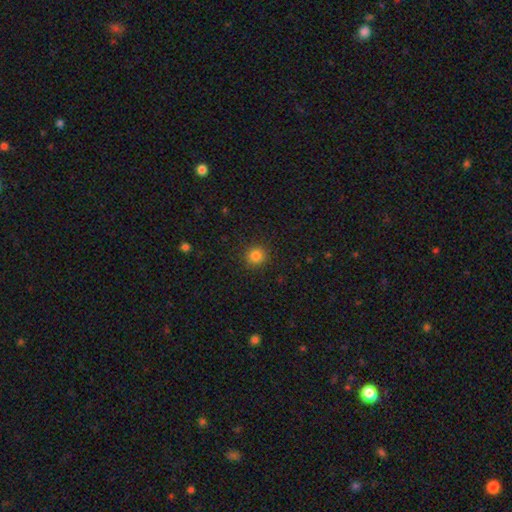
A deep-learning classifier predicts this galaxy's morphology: The model was most divided on "smooth or featured": smooth: 83%, star or artifact: 12%, featured or disk: 5%. More confident: how rounded — round (92%); merging — none (91%).